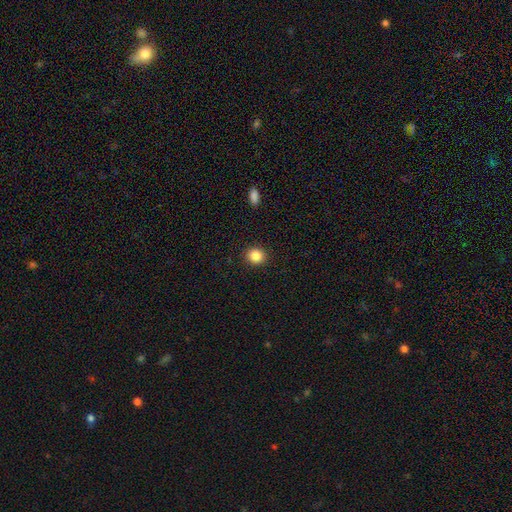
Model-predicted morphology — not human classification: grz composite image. It shows a smooth galaxy with no disk features (86%) that is round (79%). Merging: none (91%).